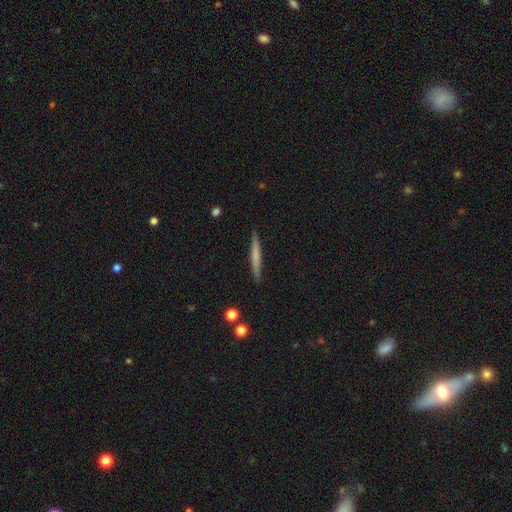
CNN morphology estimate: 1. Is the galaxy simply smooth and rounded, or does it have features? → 56% smooth, 38% featured or disk, 6% star or artifact.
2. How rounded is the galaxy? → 96% cigar-shaped, 3% in between, 1% round.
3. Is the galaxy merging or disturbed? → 90% none, 8% minor disturbance, 1% major disturbance, 1% merger.